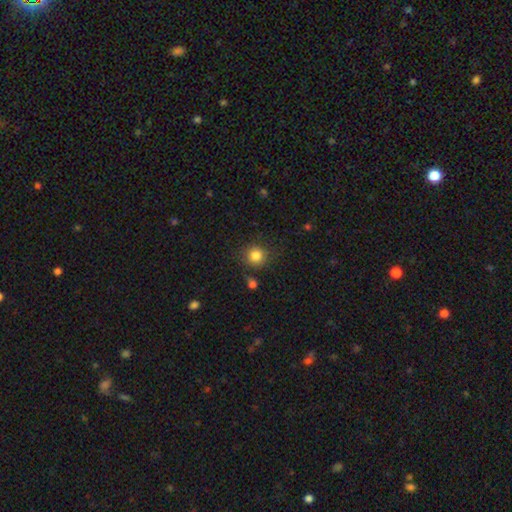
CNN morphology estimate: Overall: smooth (84%). How rounded: round (90%). Merging: none (82%).